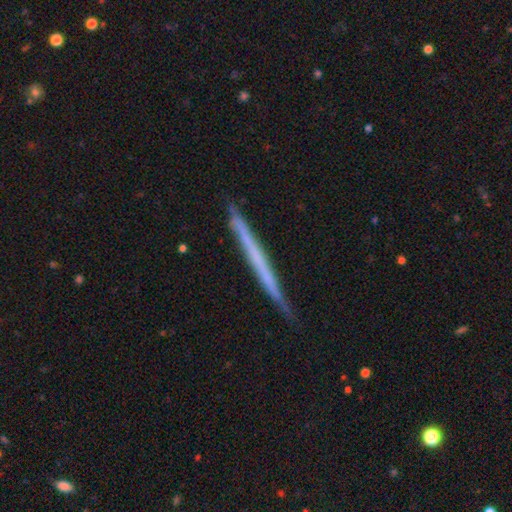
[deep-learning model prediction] Morphology: type=featured or disk (54%); edge-on=yes (97%); edge-on bulge=none (92%); merging=none (87%).